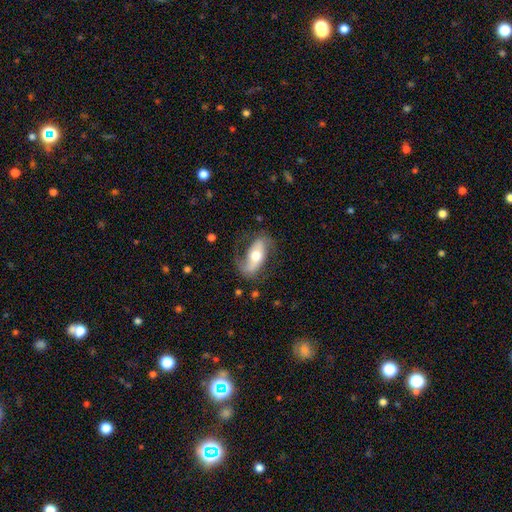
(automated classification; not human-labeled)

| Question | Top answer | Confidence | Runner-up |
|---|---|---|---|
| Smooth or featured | featured or disk | 69% | smooth (25%) |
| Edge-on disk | no | 90% | yes (10%) |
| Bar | no | 38% | strong (33%) |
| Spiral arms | yes | 86% | no (14%) |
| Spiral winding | loose | 53% | medium (35%) |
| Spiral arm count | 2 | 78% | 1 (15%) |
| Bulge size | moderate | 70% | large (15%) |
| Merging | none | 67% | minor disturbance (19%) |